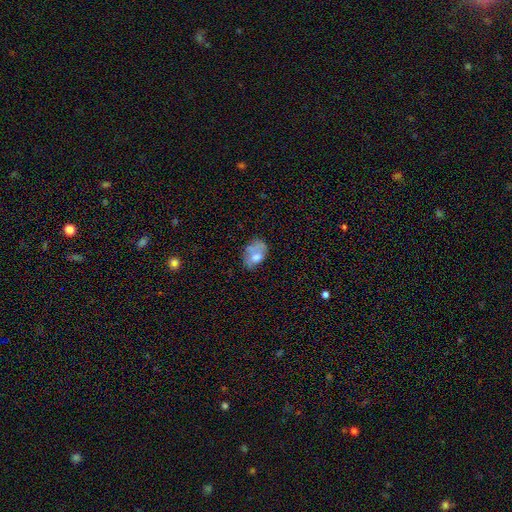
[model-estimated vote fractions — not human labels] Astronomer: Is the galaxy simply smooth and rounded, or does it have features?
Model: smooth — 61%.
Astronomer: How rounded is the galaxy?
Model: in between — 84%.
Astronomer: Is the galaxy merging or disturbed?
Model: none — 44% (runner-up: minor disturbance, 31%).